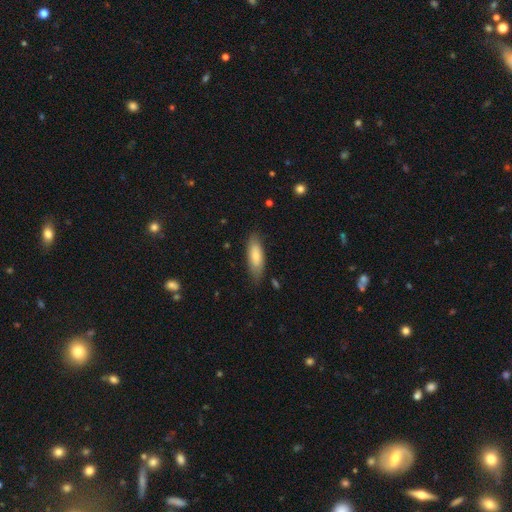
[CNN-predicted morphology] Overall: smooth (74%). How rounded: in between (64%; cigar-shaped 34%). Merging: none (78%).